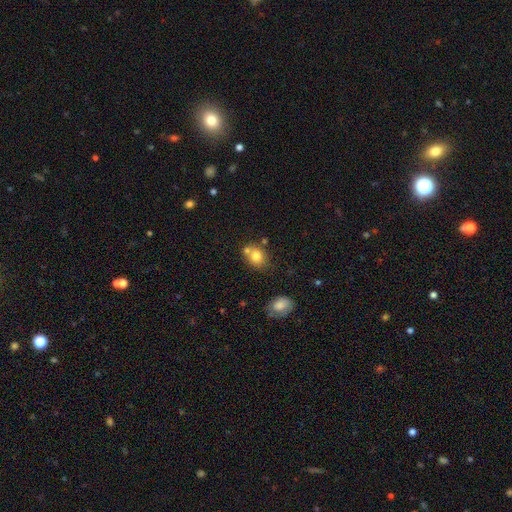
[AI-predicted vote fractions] Overall: smooth (78%). How rounded: round (64%; in between 35%). Merging: none (55%; merger 28%).